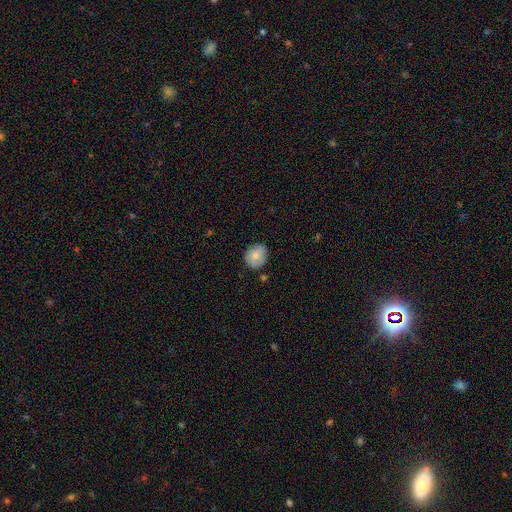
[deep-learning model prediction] Smooth or featured?
  - smooth: 80% *
  - featured or disk: 13%
  - star or artifact: 8%
How rounded?
  - round: 68% *
  - in between: 31%
  - cigar-shaped: 1%
Merging?
  - none: 73% *
  - minor disturbance: 21%
  - major disturbance: 4%
  - merger: 3%